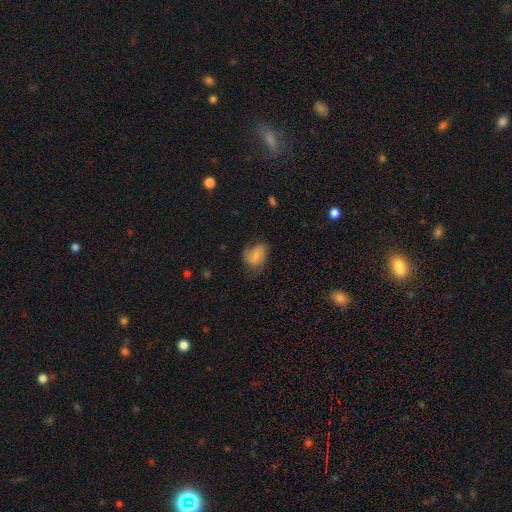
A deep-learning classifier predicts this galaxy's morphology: This appears to be a smooth galaxy with no disk features (60%) that is in between round and cigar-shaped (67%). Merging: none (45%).